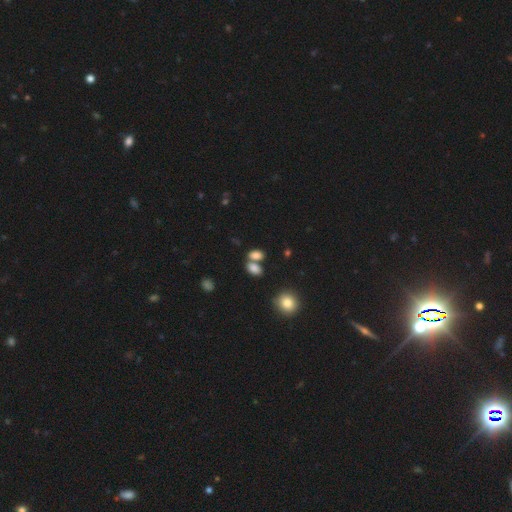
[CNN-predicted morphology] A smooth galaxy with no disk features (81%) that is in between round and cigar-shaped (85%). Merging: merger (48%).